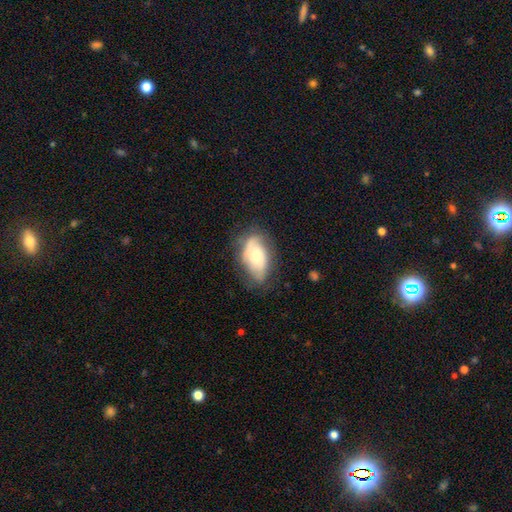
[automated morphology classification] Smooth or featured: smooth — 55% (featured or disk — 38%)
How rounded: in between — 91% (round — 6%)
Merging: none — 56% (minor disturbance — 30%)